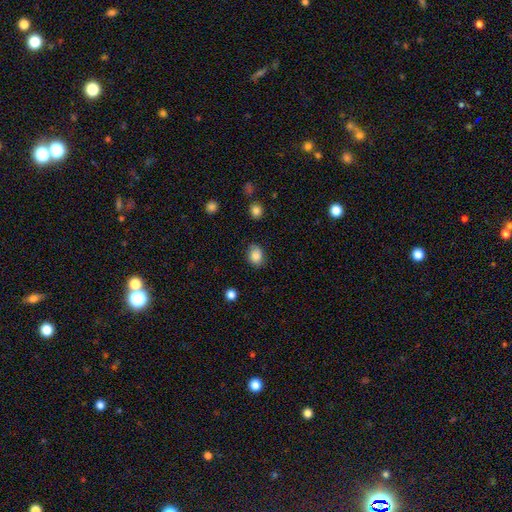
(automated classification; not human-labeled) Morphology: type=smooth (85%); roundness=round (51%); merging=none (82%).